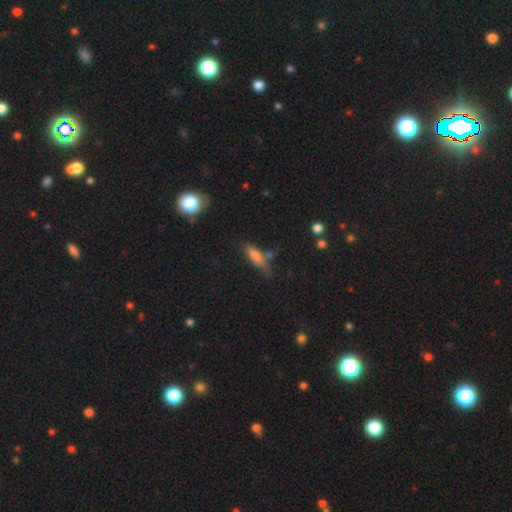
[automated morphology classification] This is likely a smooth galaxy (74%). How rounded: possibly cigar-shaped (53%). Merging: possibly none (57%).